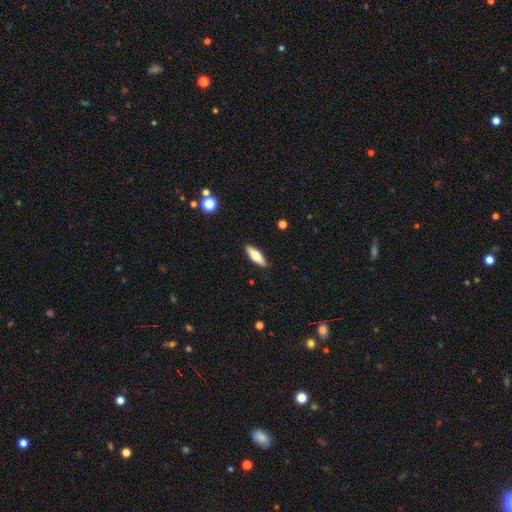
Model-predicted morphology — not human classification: Overall: smooth (59%; featured or disk 35%). How rounded: in between (54%; cigar-shaped 43%). Merging: none (88%).